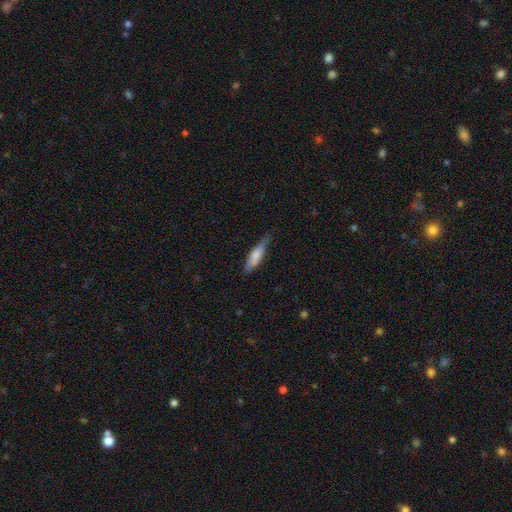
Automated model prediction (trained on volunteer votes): smooth-or-featured: smooth: 69% | featured or disk: 25% | star or artifact: 6%
  how-rounded: cigar-shaped: 71% | in between: 27% | round: 2%
  merging: none: 61% | minor disturbance: 31% | major disturbance: 6% | merger: 2%